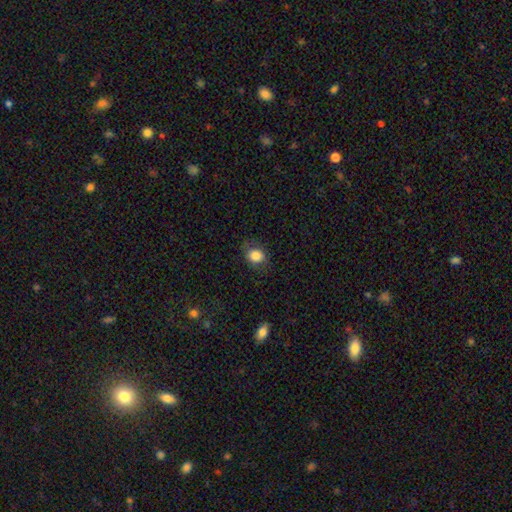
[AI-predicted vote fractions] Smooth or featured? smooth (82%)
How rounded? round (60%)
Merging? none (77%)